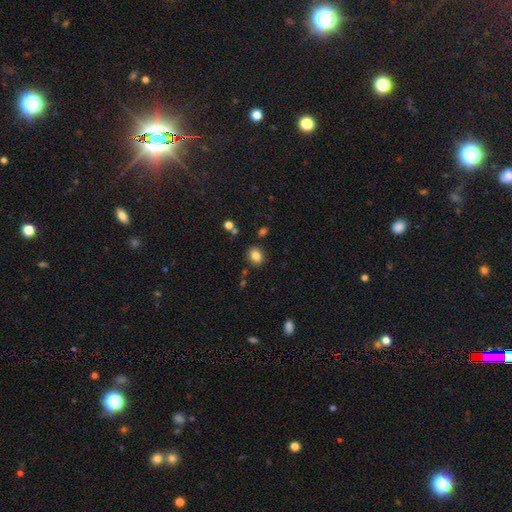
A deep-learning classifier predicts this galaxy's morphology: A smooth galaxy with no disk features (83%) that is in between round and cigar-shaped (54%).

Vote fractions:
- Smooth or featured? smooth: 83% / star or artifact: 11% / featured or disk: 6%
- How rounded? in between: 54% / round: 45% / cigar-shaped: 1%
- Merging? none: 84% / minor disturbance: 10% / merger: 3% / major disturbance: 3%